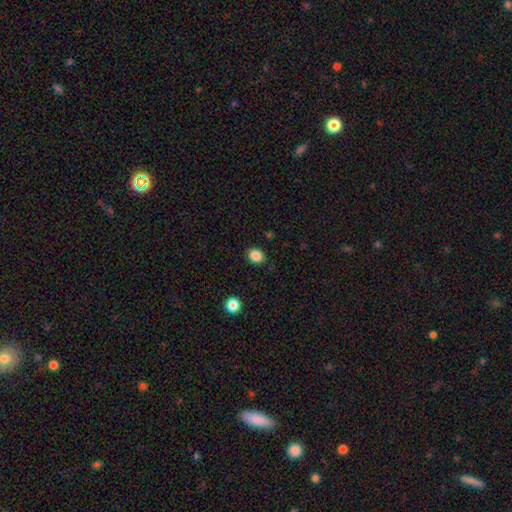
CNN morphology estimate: Q: Smooth or featured?
A: smooth (86%); runner-up: star or artifact (10%)
Q: How rounded?
A: round (58%); runner-up: in between (41%)
Q: Merging?
A: none (88%); runner-up: minor disturbance (8%)